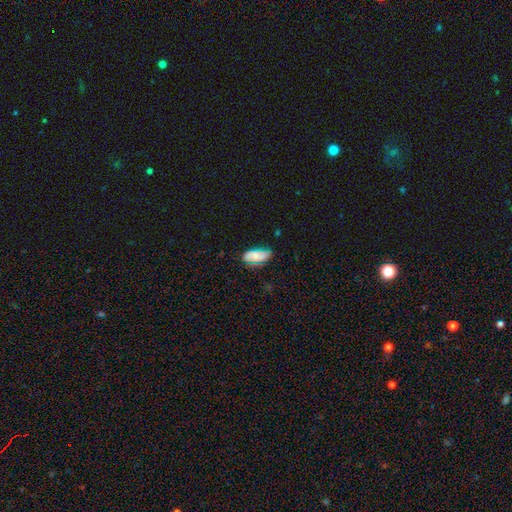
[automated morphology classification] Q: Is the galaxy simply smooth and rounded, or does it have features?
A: smooth — 70%.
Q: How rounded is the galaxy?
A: in between — 92%.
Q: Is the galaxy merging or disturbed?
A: none — 63%.